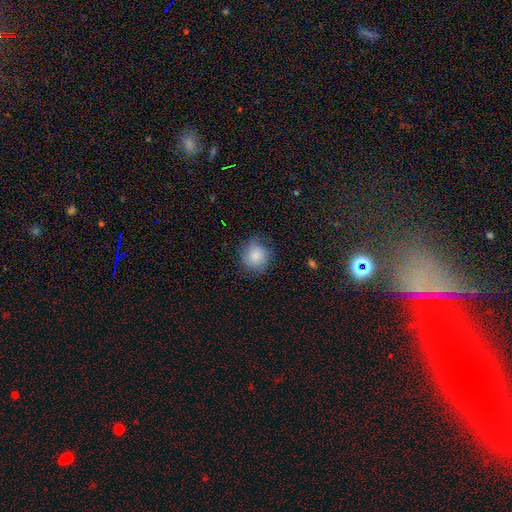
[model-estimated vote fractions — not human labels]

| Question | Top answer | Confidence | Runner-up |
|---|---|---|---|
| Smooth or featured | smooth | 78% | featured or disk (14%) |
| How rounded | round | 83% | in between (16%) |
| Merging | none | 72% | minor disturbance (20%) |